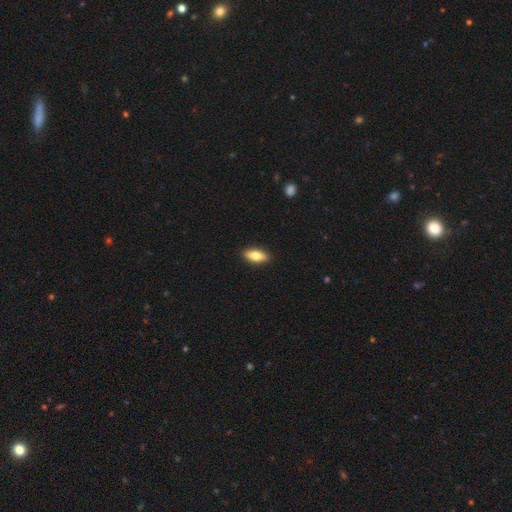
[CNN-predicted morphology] Overall: smooth (68%). How rounded: in between (73%). Merging: none (90%).